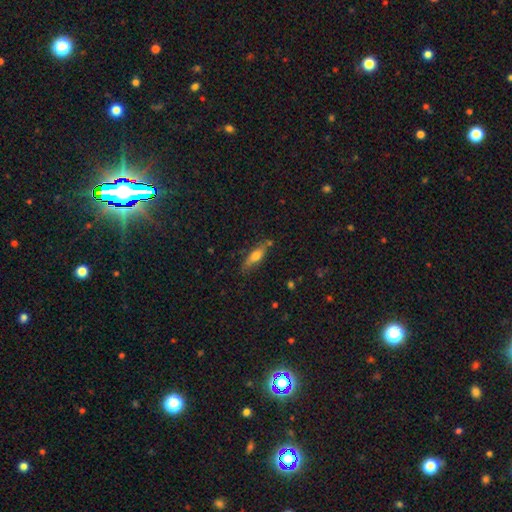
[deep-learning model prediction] Q: Smooth or featured?
A: smooth (58%); runner-up: featured or disk (34%)
Q: How rounded?
A: cigar-shaped (54%); runner-up: in between (43%)
Q: Merging?
A: none (73%); runner-up: minor disturbance (18%)